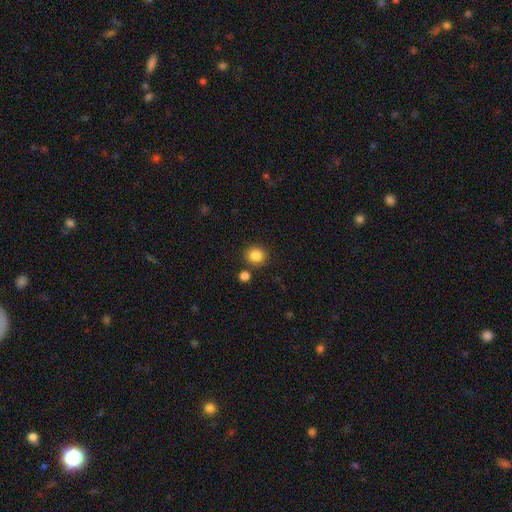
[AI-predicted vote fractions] Overall: smooth (85%). How rounded: round (85%). Merging: none (84%).